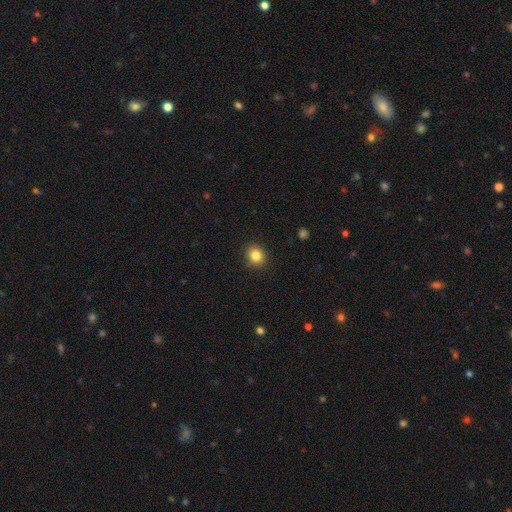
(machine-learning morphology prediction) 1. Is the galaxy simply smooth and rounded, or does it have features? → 84% smooth, 11% star or artifact, 5% featured or disk.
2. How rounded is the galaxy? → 82% round, 17% in between, 1% cigar-shaped.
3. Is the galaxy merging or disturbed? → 90% none, 7% minor disturbance, 2% major disturbance, 1% merger.